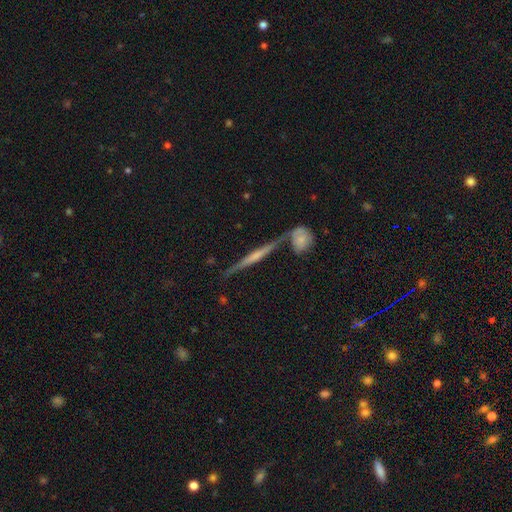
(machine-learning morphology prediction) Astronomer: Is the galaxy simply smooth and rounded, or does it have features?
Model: featured or disk — 72%.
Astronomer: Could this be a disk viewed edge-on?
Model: yes — 96%.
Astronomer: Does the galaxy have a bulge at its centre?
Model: none — 40% (runner-up: rounded, 35%).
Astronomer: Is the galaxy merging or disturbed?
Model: none — 75%.